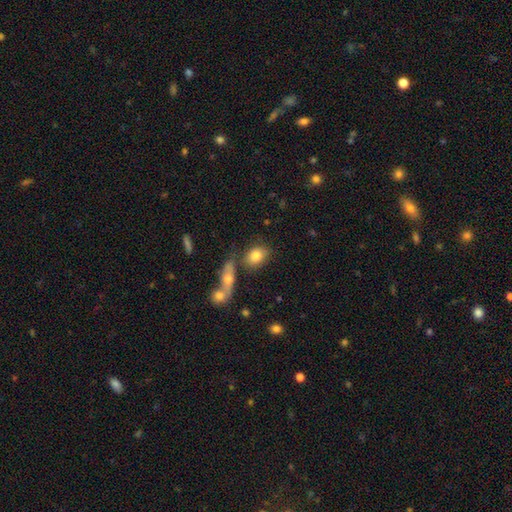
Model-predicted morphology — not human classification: Smooth or featured: smooth — 81% (featured or disk — 11%)
How rounded: in between — 73% (round — 24%)
Merging: none — 66% (merger — 16%)